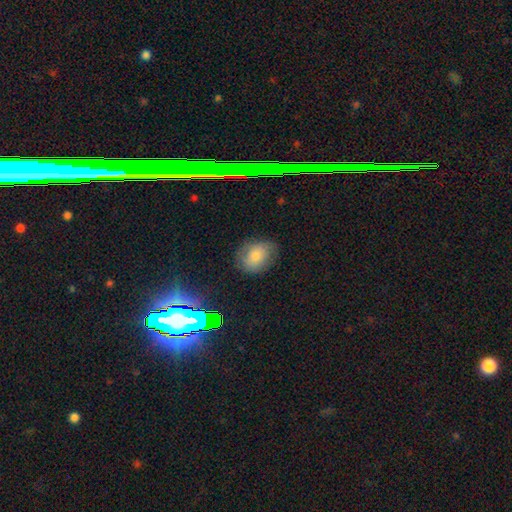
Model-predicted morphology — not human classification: Overall: smooth (74%). How rounded: in between (60%; round 39%). Merging: none (72%).